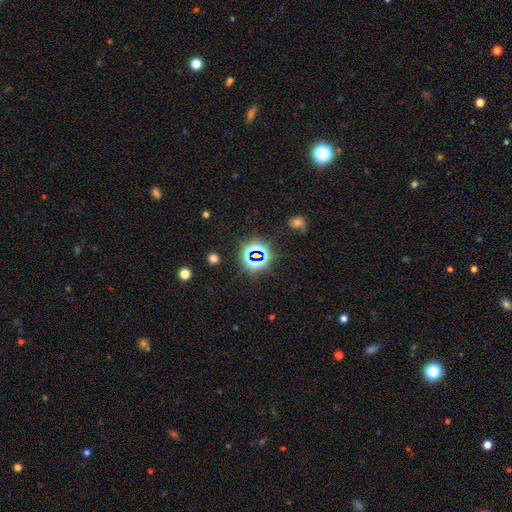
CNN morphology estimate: star or artifact 72%, smooth 19%, featured or disk 9%.